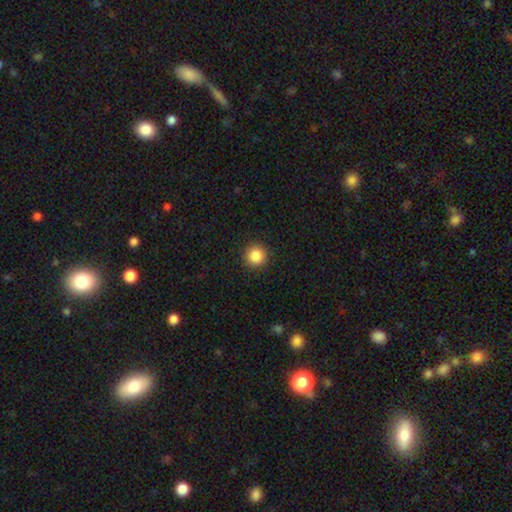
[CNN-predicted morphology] This is clearly a smooth galaxy (86%). How rounded: clearly round (96%). Merging: clearly none (93%).